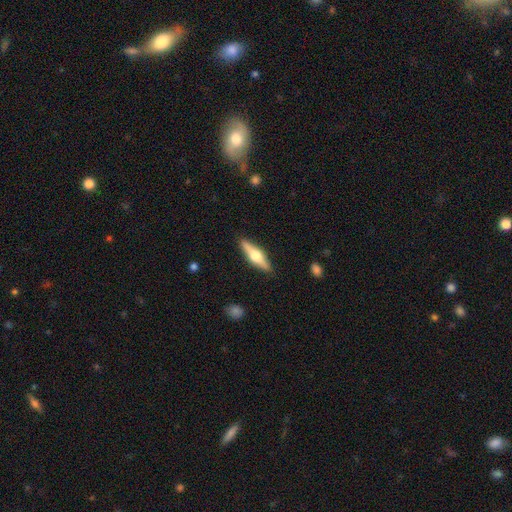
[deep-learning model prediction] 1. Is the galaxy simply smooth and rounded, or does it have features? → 60% featured or disk, 34% smooth, 5% star or artifact.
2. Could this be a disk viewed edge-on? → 95% yes, 5% no.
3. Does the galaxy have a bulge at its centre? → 94% rounded, 4% boxy, 2% none.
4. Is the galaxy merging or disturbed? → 89% none, 8% minor disturbance, 2% major disturbance, 1% merger.